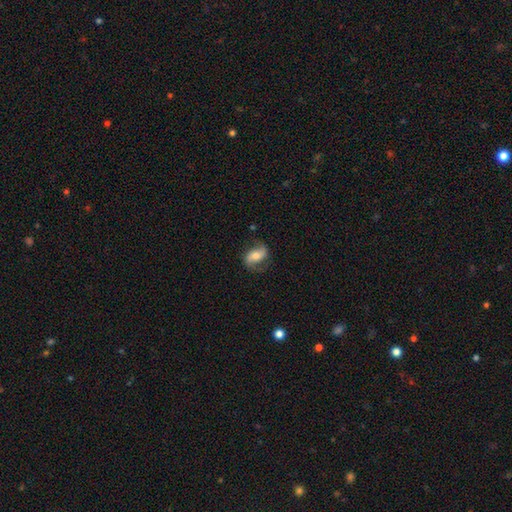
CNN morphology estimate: Smooth or featured? Predicted: featured or disk (p=0.60). Edge-on disk? Predicted: no (p=0.94). Bar? Predicted: no (p=0.40). Spiral arms? Predicted: yes (p=0.86). Bulge size? Predicted: moderate (p=0.61). Merging? Predicted: none (p=0.70).